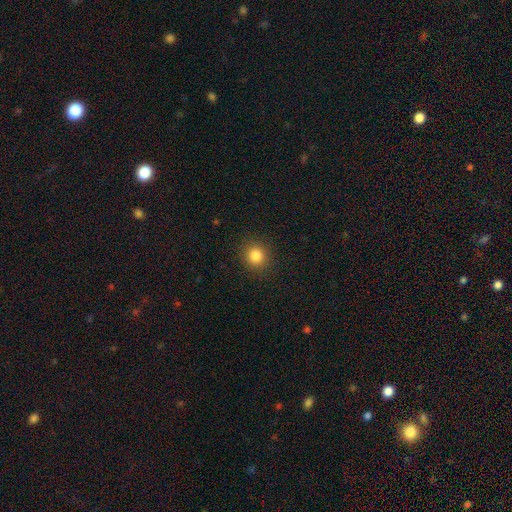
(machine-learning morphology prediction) type=smooth (84%); roundness=round (89%); merging=none (90%).